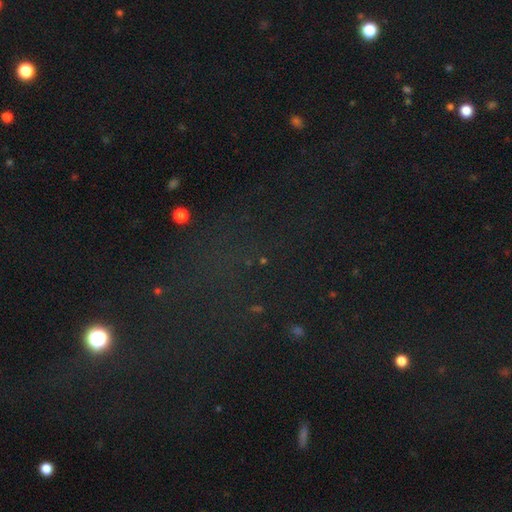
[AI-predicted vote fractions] This appears to be a star or artifact, not a galaxy (67%).